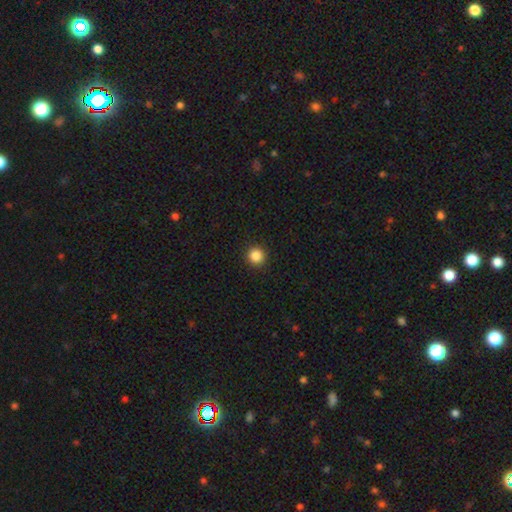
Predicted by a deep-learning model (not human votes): The model was most divided on "smooth or featured": smooth: 86%, star or artifact: 11%, featured or disk: 3%. More confident: how rounded — round (95%); merging — none (93%).